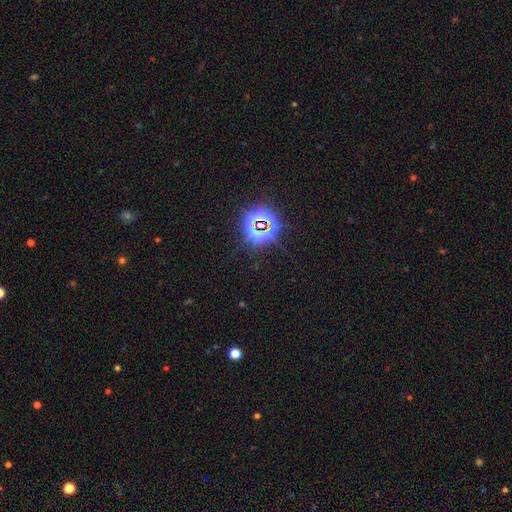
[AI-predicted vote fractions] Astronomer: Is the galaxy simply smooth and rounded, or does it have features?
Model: star or artifact — 81%.